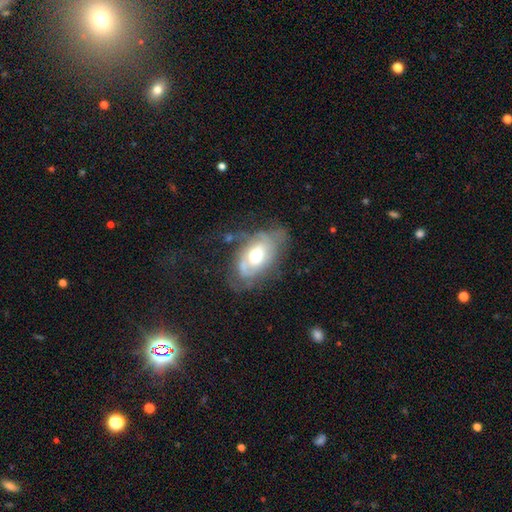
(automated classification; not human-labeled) Overall: featured or disk (62%; smooth 31%). Edge-on disk: no (91%). Bar: no (72%). Spiral arms: yes (59%; no 41%). Bulge size: moderate (66%). Merging: none (47%; minor disturbance 29%).